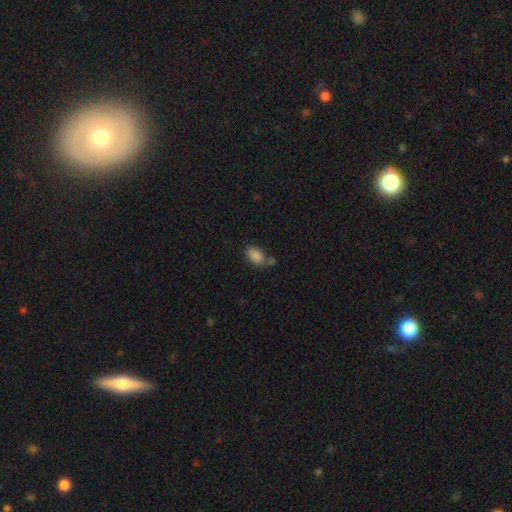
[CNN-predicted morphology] Smooth or featured? Predicted: smooth (p=0.86). How rounded? Predicted: in between (p=0.90). Merging? Predicted: none (p=0.59).